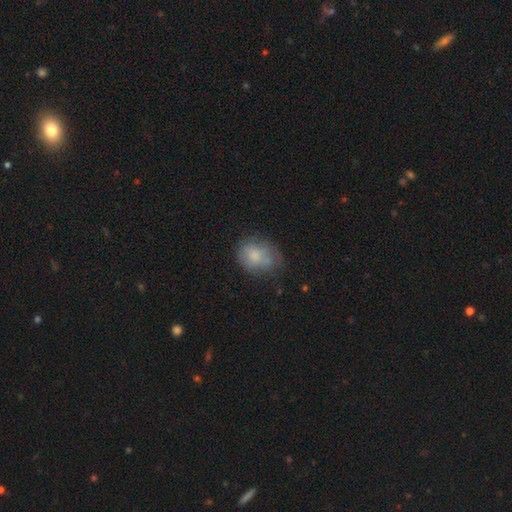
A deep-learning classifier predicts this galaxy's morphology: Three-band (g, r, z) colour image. It shows a smooth galaxy with no disk features (71%) that is round (51%). Merging: none (49%).